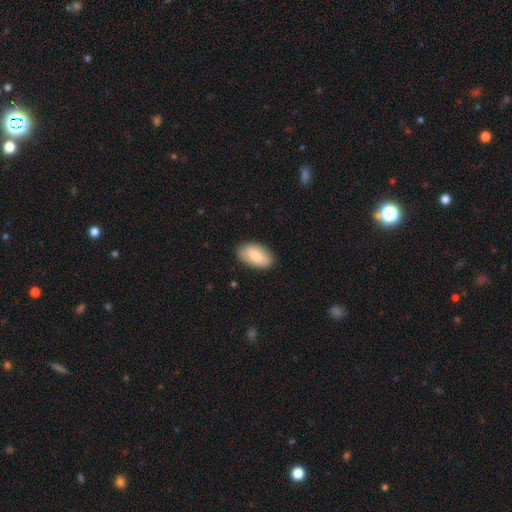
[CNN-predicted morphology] smooth 78%, featured or disk 16%, star or artifact 6%. Down the decision tree: how rounded — in between (94%); merging — none (85%).